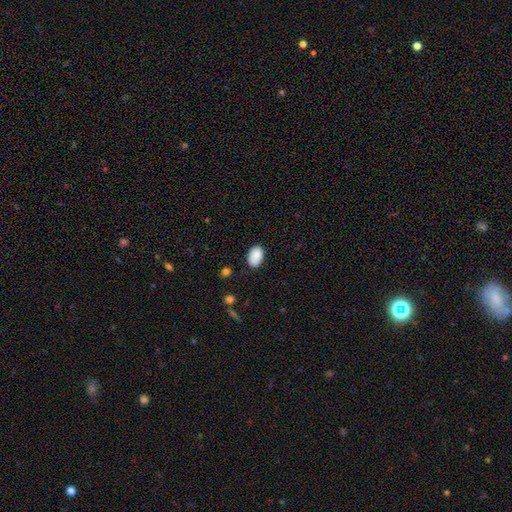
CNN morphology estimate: Smooth or featured? smooth (89%)
How rounded? in between (91%)
Merging? none (81%)